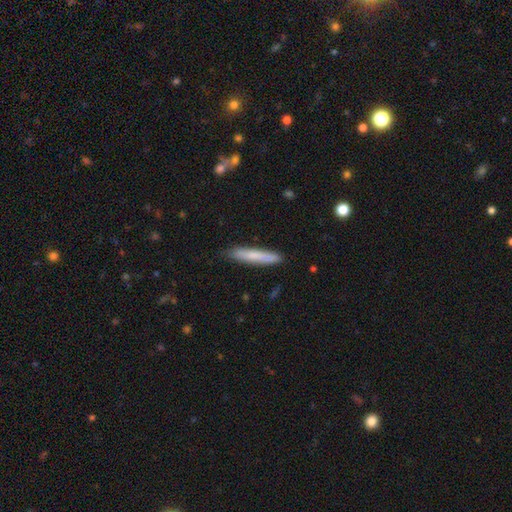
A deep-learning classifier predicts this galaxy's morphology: A smooth galaxy with no disk features (73%) that is cigar-shaped (94%).

Vote fractions:
- Smooth or featured? smooth: 73% / featured or disk: 21% / star or artifact: 6%
- How rounded? cigar-shaped: 94% / in between: 5% / round: 1%
- Merging? none: 86% / minor disturbance: 11% / major disturbance: 2% / merger: 1%